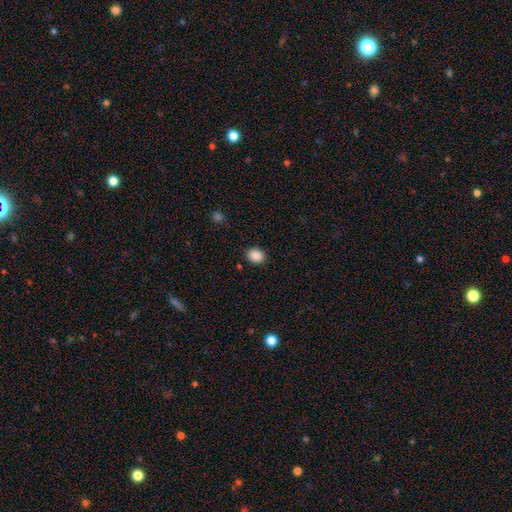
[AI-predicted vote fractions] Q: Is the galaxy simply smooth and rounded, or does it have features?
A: smooth — 87%.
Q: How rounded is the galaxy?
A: round — 62%.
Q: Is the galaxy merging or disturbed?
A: none — 90%.